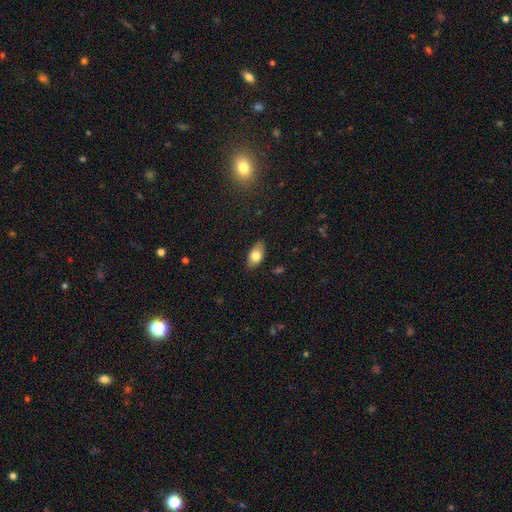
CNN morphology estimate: The model was most divided on "smooth or featured": smooth: 76%, featured or disk: 17%, star or artifact: 7%. More confident: how rounded — in between (91%); merging — none (82%).